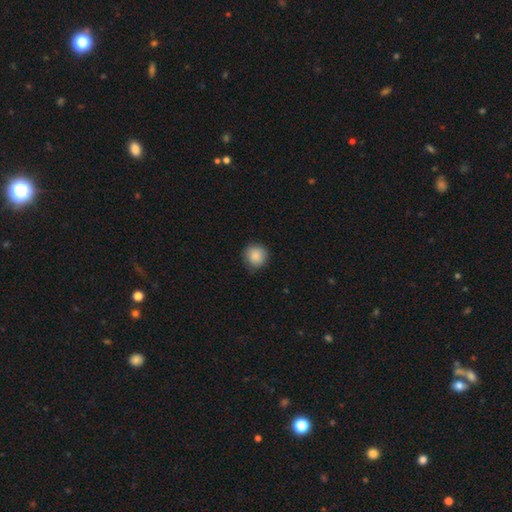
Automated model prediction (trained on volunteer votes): A smooth galaxy with no disk features (88%) that is round (92%). Merging: none (83%).